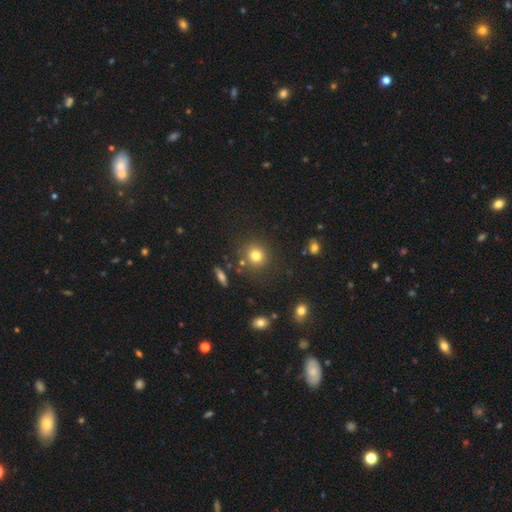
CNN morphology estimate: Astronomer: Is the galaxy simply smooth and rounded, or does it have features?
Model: smooth — 79%.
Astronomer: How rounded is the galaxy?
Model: round — 88%.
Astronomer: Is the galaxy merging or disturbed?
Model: none — 83%.